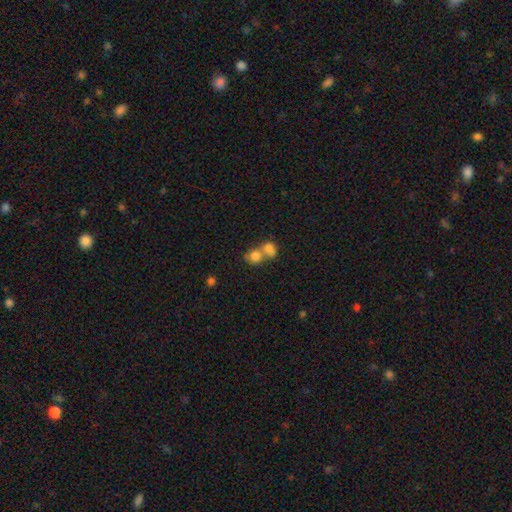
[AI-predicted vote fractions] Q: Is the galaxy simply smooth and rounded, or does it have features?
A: smooth — 77%.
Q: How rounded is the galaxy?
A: round — 72%.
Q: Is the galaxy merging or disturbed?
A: merger — 65%.